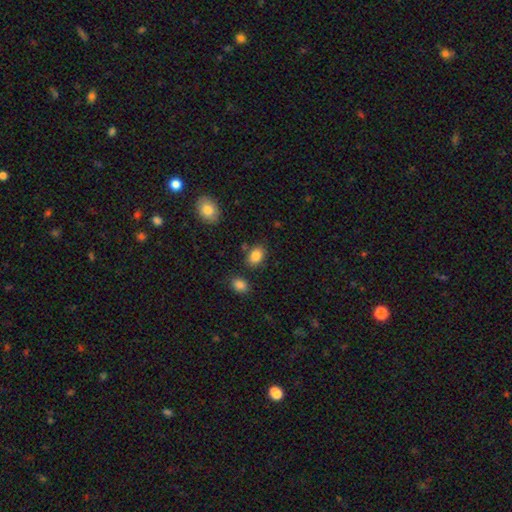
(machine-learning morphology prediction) This is clearly a smooth galaxy (85%). How rounded: likely in between (76%). Merging: likely none (78%).